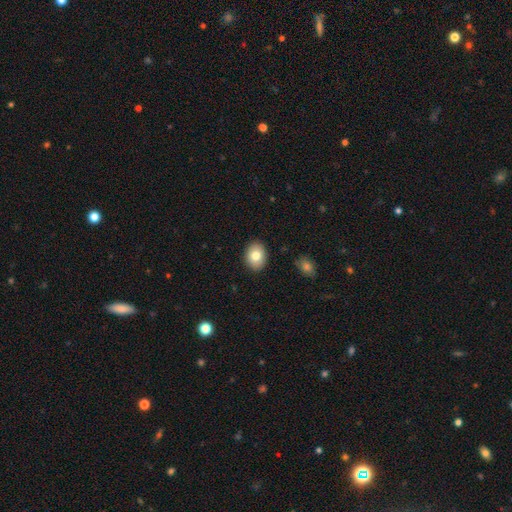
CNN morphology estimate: A smooth galaxy with no disk features (80%) that is in between round and cigar-shaped (68%).

Vote fractions:
- Smooth or featured? smooth: 80% / featured or disk: 12% / star or artifact: 8%
- How rounded? in between: 68% / round: 31% / cigar-shaped: 1%
- Merging? none: 89% / minor disturbance: 8% / major disturbance: 2% / merger: 1%